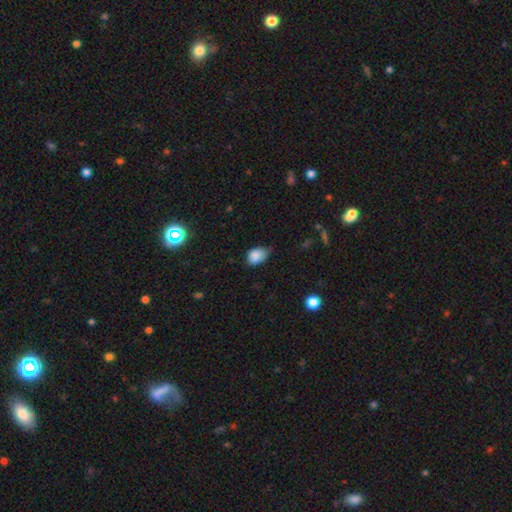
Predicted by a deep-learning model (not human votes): Morphology: type=smooth (85%); roundness=in between (74%); merging=minor disturbance (47%).